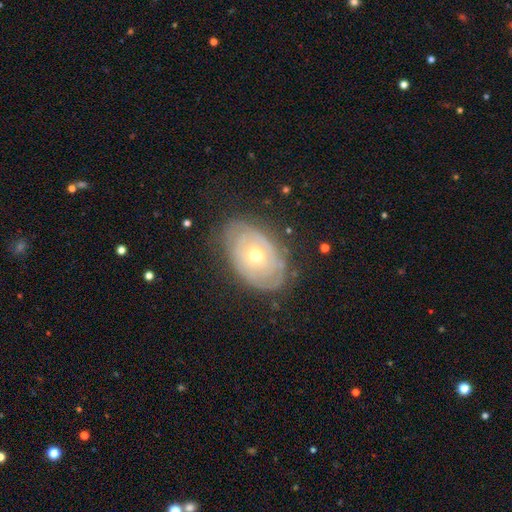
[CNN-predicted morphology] Smooth or featured? Predicted: featured or disk (p=0.67). Edge-on disk? Predicted: no (p=0.93). Bar? Predicted: no (p=0.88). Spiral arms? Predicted: yes (p=0.61). Bulge size? Predicted: small (p=0.51). Merging? Predicted: none (p=0.72).